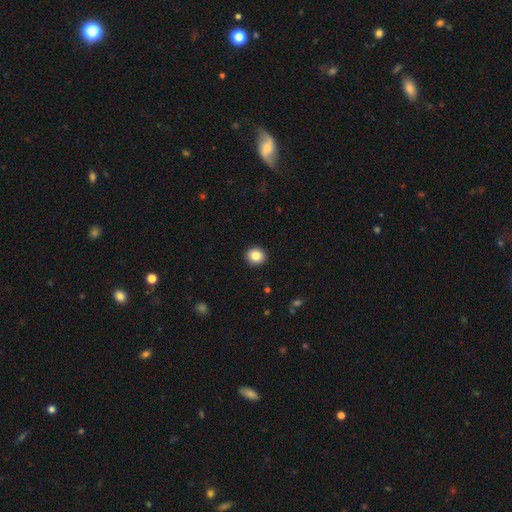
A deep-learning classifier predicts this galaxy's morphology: This is clearly a smooth galaxy (86%). How rounded: clearly round (82%). Merging: clearly none (93%).